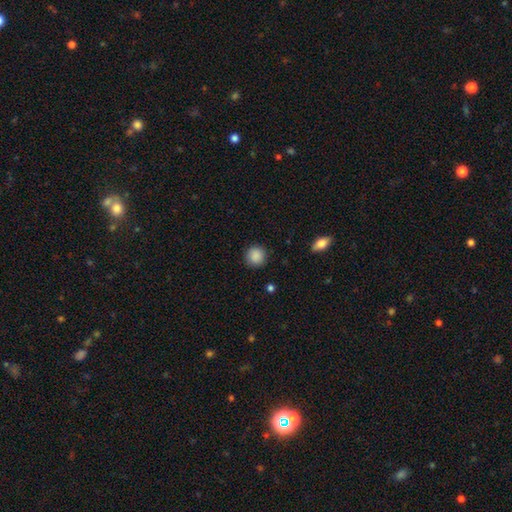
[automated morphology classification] This is clearly a smooth galaxy (88%). How rounded: clearly round (93%). Merging: clearly none (90%).